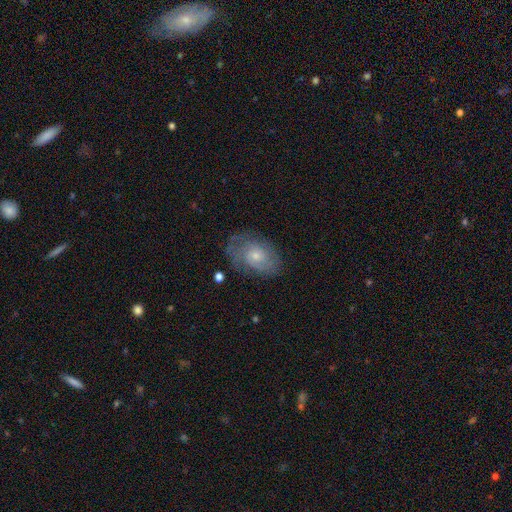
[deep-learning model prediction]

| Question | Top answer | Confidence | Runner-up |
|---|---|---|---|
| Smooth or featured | featured or disk | 62% | smooth (31%) |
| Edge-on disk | no | 96% | yes (4%) |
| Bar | no | 78% | weak (19%) |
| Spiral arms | yes | 81% | no (19%) |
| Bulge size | small | 62% | moderate (32%) |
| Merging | none | 64% | minor disturbance (23%) |